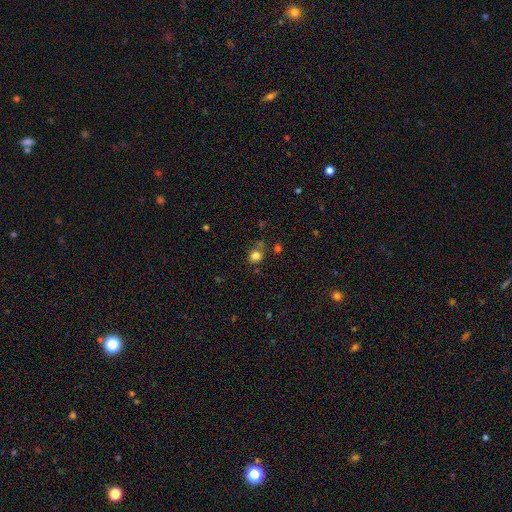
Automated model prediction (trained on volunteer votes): Smooth or featured?
  - smooth: 80% *
  - star or artifact: 14%
  - featured or disk: 6%
How rounded?
  - round: 80% *
  - in between: 19%
  - cigar-shaped: 1%
Merging?
  - none: 67% *
  - minor disturbance: 15%
  - merger: 13%
  - major disturbance: 5%